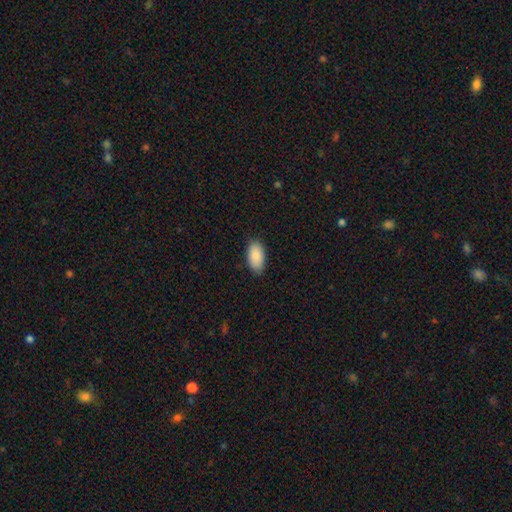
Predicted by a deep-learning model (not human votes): A smooth galaxy with no disk features (89%) that is in between round and cigar-shaped (95%).

Vote fractions:
- Smooth or featured? smooth: 89% / star or artifact: 6% / featured or disk: 5%
- How rounded? in between: 95% / cigar-shaped: 3% / round: 2%
- Merging? none: 86% / minor disturbance: 11% / major disturbance: 2% / merger: 1%